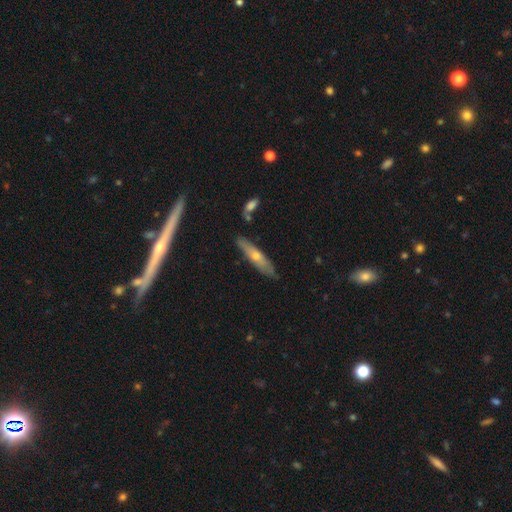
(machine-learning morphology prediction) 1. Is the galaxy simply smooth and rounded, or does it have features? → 48% featured or disk, 45% smooth, 7% star or artifact.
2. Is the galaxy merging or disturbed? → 82% none, 13% minor disturbance, 3% merger, 2% major disturbance.